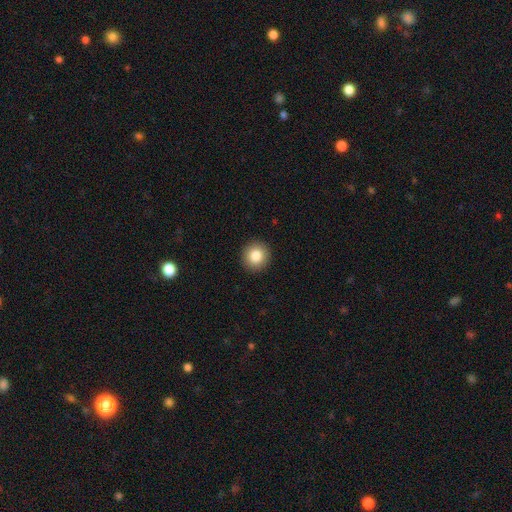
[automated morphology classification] Overall: smooth (84%). How rounded: round (94%). Merging: none (93%).